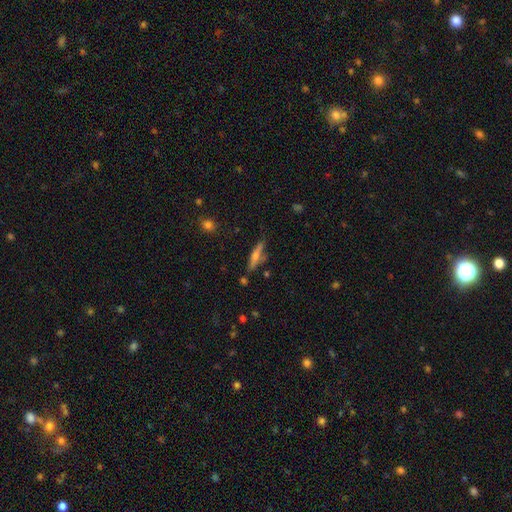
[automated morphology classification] Smooth or featured? Predicted: featured or disk (p=0.47). Merging? Predicted: none (p=0.74).